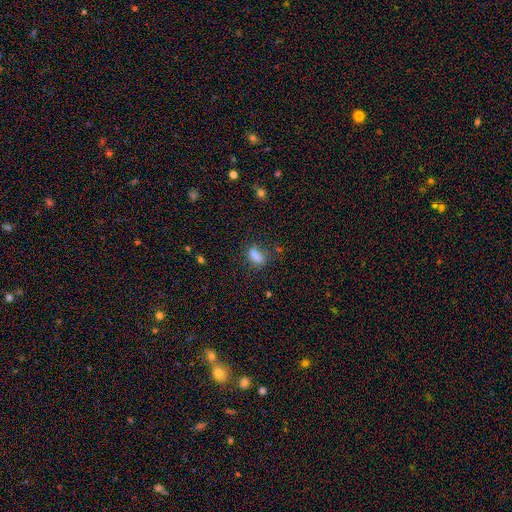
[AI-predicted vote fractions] smooth-or-featured: smooth: 81% | star or artifact: 12% | featured or disk: 7%
  how-rounded: in between: 78% | cigar-shaped: 13% | round: 9%
  merging: none: 64% | minor disturbance: 21% | major disturbance: 10% | merger: 5%